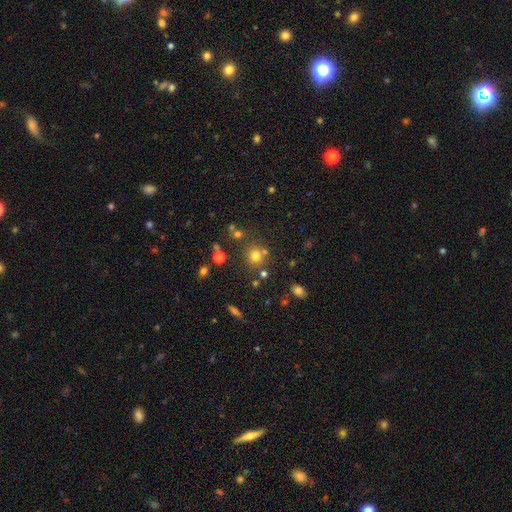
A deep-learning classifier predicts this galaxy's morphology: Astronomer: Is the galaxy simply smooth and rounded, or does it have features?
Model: smooth — 73%.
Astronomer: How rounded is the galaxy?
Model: round — 87%.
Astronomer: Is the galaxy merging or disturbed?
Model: none — 72%.